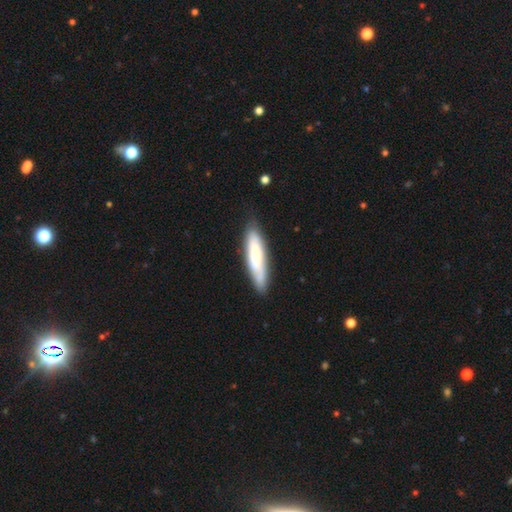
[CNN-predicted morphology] The model was most divided on "smooth or featured": smooth: 55%, featured or disk: 40%, star or artifact: 5%. More confident: merging — none (78%); how rounded — cigar-shaped (71%).